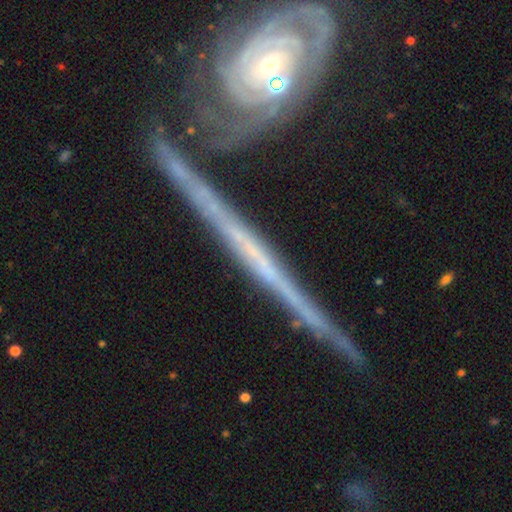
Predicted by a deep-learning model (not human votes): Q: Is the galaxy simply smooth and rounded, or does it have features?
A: featured or disk — 83%.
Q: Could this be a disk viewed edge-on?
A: yes — 90%.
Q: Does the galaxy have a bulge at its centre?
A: none — 75%.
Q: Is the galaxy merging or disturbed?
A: none — 71%.